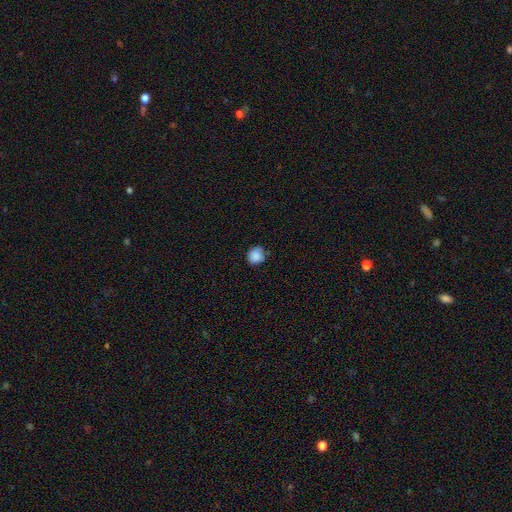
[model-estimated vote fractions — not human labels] Overall: smooth (87%). How rounded: round (80%). Merging: none (74%).